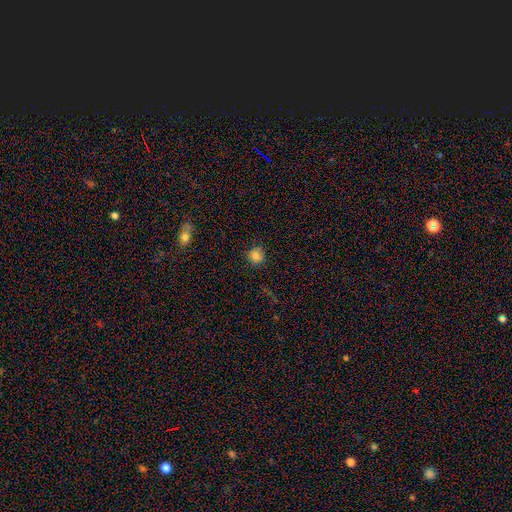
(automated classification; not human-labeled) smooth_or_featured: smooth (p=0.83) [alt: star or artifact p=0.12]
how_rounded: round (p=0.89) [alt: in between p=0.10]
merging: none (p=0.85) [alt: minor disturbance p=0.10]